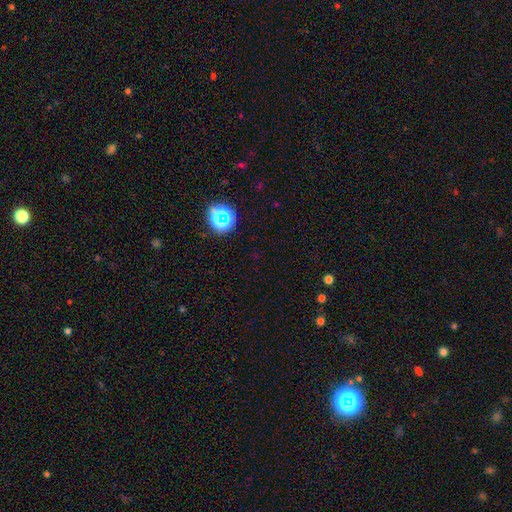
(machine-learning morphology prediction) A star or artifact, not a galaxy (67%).

Vote fractions:
- Smooth or featured? star or artifact: 67% / smooth: 25% / featured or disk: 8%